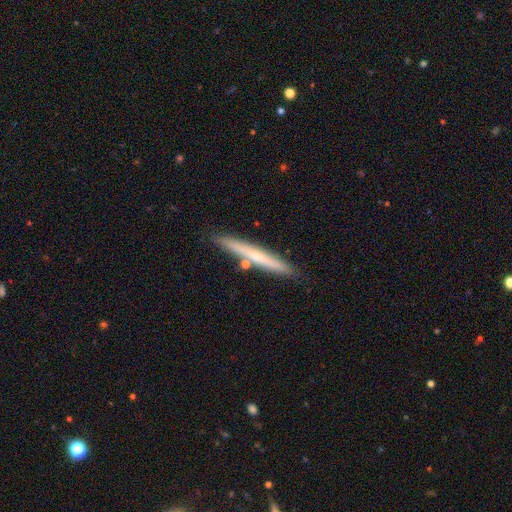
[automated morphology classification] Smooth or featured? smooth (49%)
Merging? none (84%)